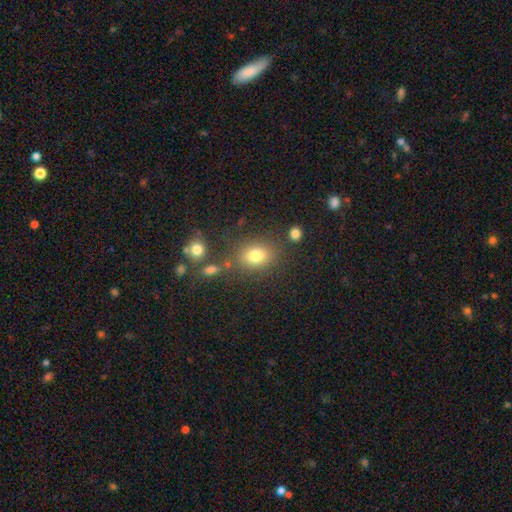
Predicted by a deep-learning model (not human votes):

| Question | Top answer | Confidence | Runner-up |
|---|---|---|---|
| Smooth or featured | smooth | 79% | star or artifact (13%) |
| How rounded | round | 50% | in between (49%) |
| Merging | none | 75% | minor disturbance (12%) |